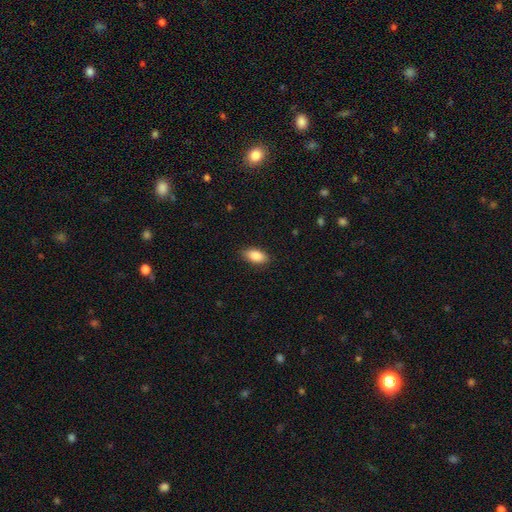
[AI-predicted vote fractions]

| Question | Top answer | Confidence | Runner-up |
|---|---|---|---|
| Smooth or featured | smooth | 87% | star or artifact (7%) |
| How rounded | in between | 91% | cigar-shaped (6%) |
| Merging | none | 86% | minor disturbance (10%) |